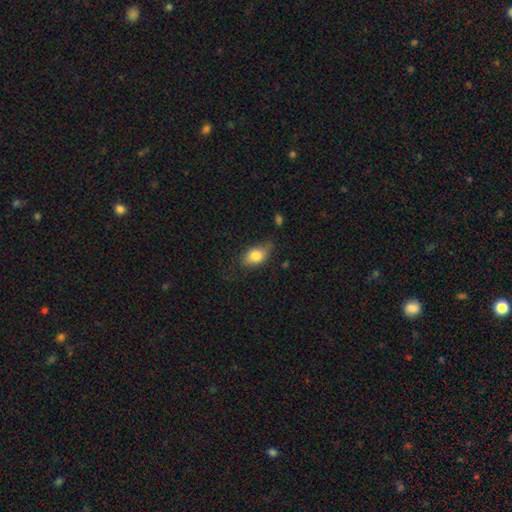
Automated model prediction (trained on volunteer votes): Smooth or featured? smooth (78%)
How rounded? in between (82%)
Merging? none (60%)